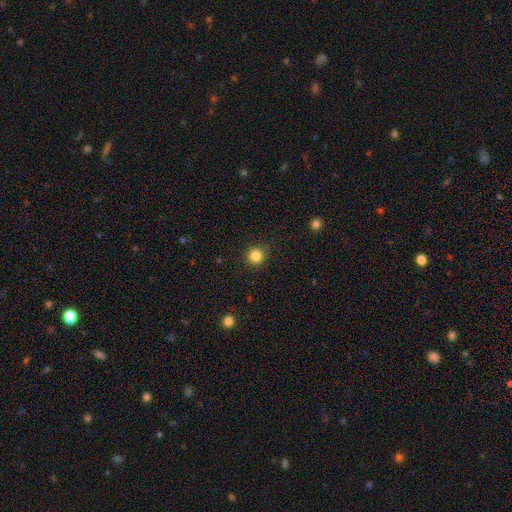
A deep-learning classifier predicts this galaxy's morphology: Smooth or featured?
  - smooth: 84% *
  - star or artifact: 12%
  - featured or disk: 4%
How rounded?
  - round: 93% *
  - in between: 6%
  - cigar-shaped: 1%
Merging?
  - none: 88% *
  - minor disturbance: 9%
  - major disturbance: 2%
  - merger: 1%